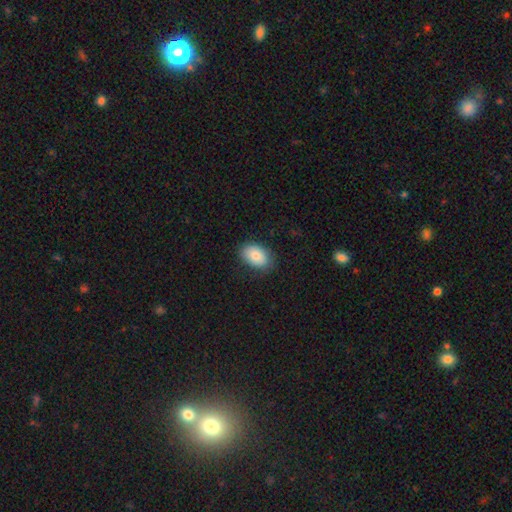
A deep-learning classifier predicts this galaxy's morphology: A smooth galaxy with no disk features (83%) that is in between round and cigar-shaped (86%). Merging: none (82%).